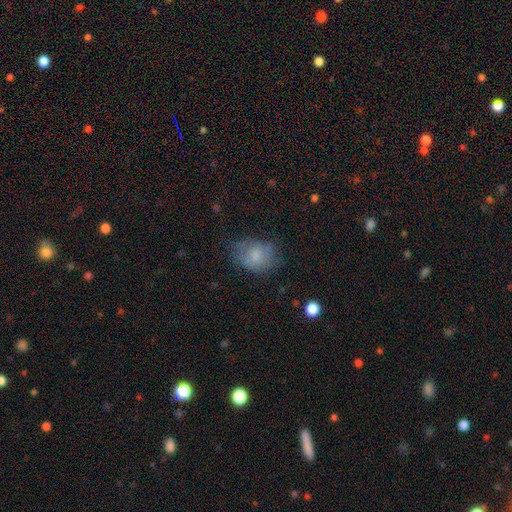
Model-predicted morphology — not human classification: type=smooth (72%); roundness=in between (68%); merging=none (54%).